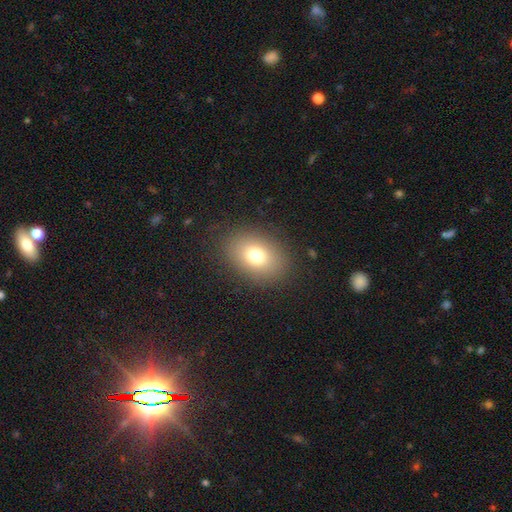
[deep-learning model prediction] This is likely a smooth galaxy (76%). How rounded: likely in between (71%). Merging: clearly none (85%).